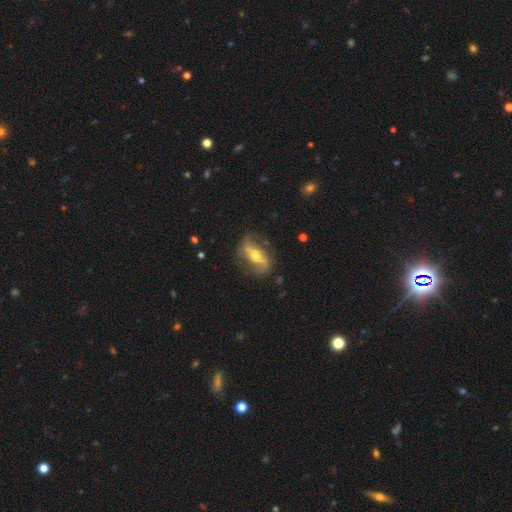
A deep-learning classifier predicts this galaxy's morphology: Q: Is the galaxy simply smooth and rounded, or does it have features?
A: featured or disk — 74%.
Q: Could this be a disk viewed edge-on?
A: no — 86%.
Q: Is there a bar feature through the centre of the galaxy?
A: strong — 48%.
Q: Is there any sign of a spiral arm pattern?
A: yes — 81%.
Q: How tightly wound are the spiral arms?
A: loose — 59%.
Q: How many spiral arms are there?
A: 2 — 88%.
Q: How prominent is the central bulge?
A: moderate — 70%.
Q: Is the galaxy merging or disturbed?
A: none — 75%.